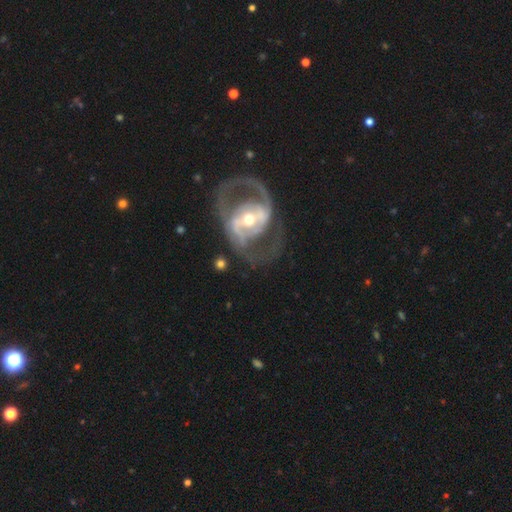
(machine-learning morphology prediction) smooth_or_featured: featured or disk (p=0.86) [alt: smooth p=0.08]
disk_edge_on: no (p=0.96) [alt: yes p=0.04]
bar: strong (p=0.42) [alt: weak p=0.32]
has_spiral_arms: yes (p=0.83) [alt: no p=0.17]
spiral_winding: medium (p=0.50) [alt: tight p=0.26]
spiral_arm_count: 2 (p=0.84) [alt: can't tell p=0.07]
bulge_size: moderate (p=0.54) [alt: small p=0.37]
merging: none (p=0.64) [alt: major disturbance p=0.18]